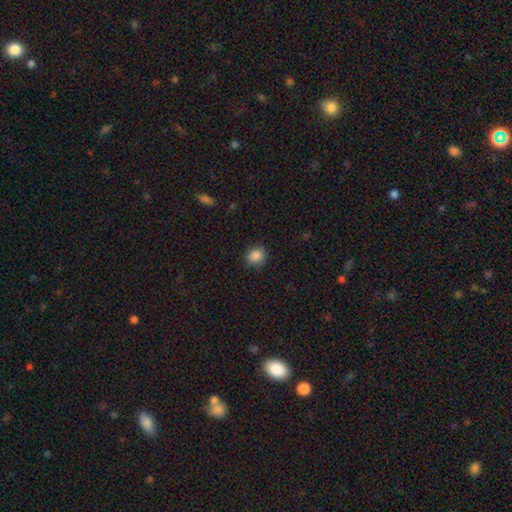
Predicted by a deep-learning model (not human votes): Smooth or featured?
  - smooth: 86% *
  - star or artifact: 10%
  - featured or disk: 4%
How rounded?
  - round: 76% *
  - in between: 23%
  - cigar-shaped: 1%
Merging?
  - none: 87% *
  - minor disturbance: 9%
  - major disturbance: 2%
  - merger: 1%